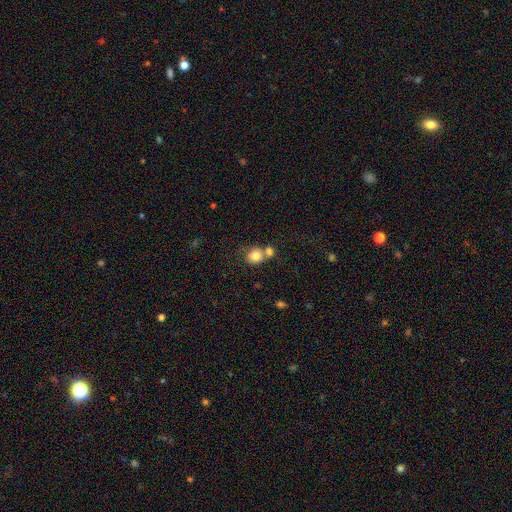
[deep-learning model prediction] Smooth or featured?
  - smooth: 80% *
  - featured or disk: 10%
  - star or artifact: 10%
How rounded?
  - round: 75% *
  - in between: 24%
  - cigar-shaped: 1%
Merging?
  - merger: 44% *
  - none: 41%
  - minor disturbance: 11%
  - major disturbance: 4%